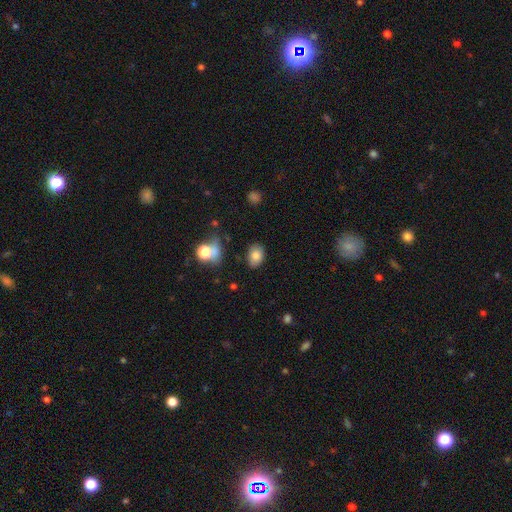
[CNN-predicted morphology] Smooth or featured? smooth (80%)
How rounded? in between (77%)
Merging? none (79%)